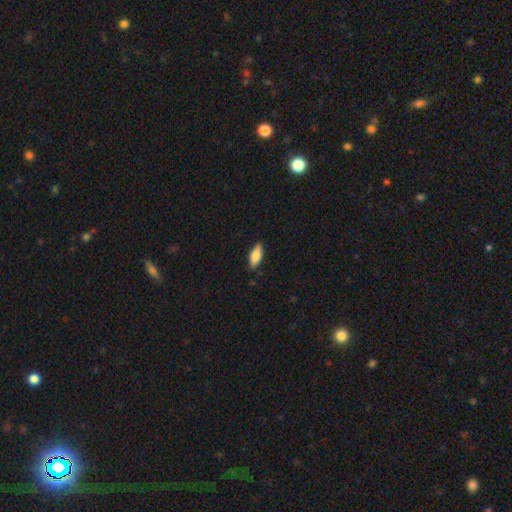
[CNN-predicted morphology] Overall: smooth (82%). How rounded: in between (79%). Merging: none (86%).